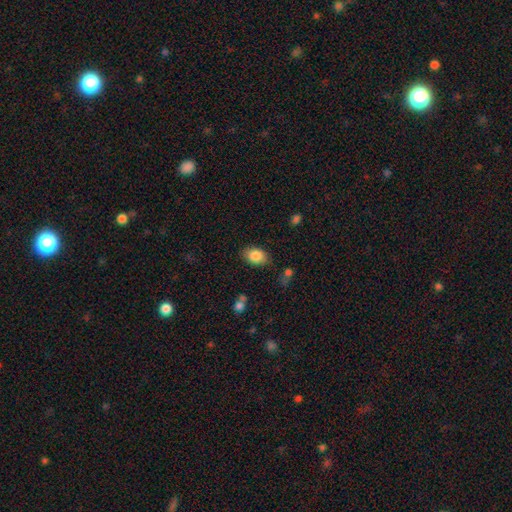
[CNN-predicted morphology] Smooth or featured?
  - smooth: 86% *
  - star or artifact: 8%
  - featured or disk: 6%
How rounded?
  - in between: 83% *
  - round: 16%
  - cigar-shaped: 1%
Merging?
  - none: 80% *
  - minor disturbance: 13%
  - major disturbance: 4%
  - merger: 2%